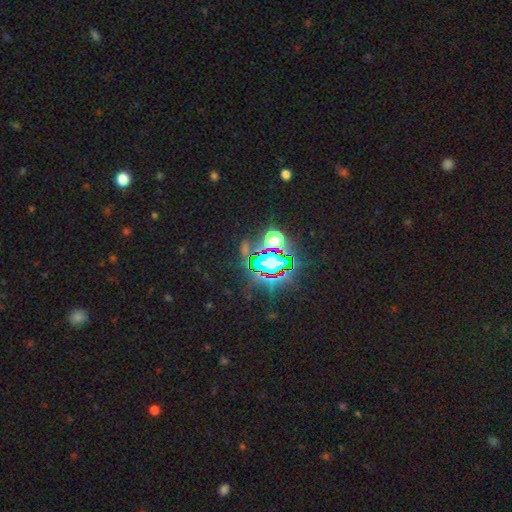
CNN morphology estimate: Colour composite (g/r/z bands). It shows a star or artifact, not a galaxy (82%).